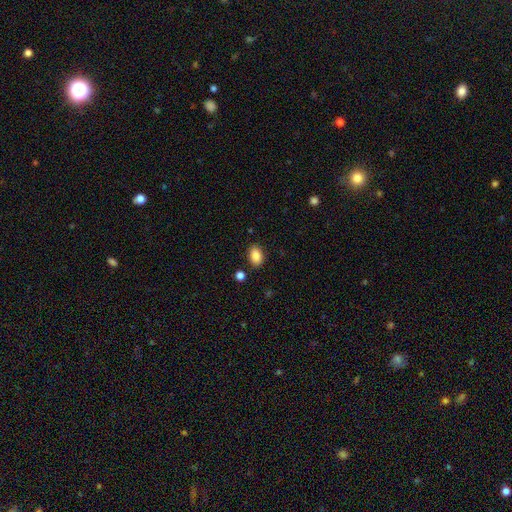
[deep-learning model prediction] A smooth galaxy with no disk features (87%) that is in between round and cigar-shaped (85%). Merging: none (85%).